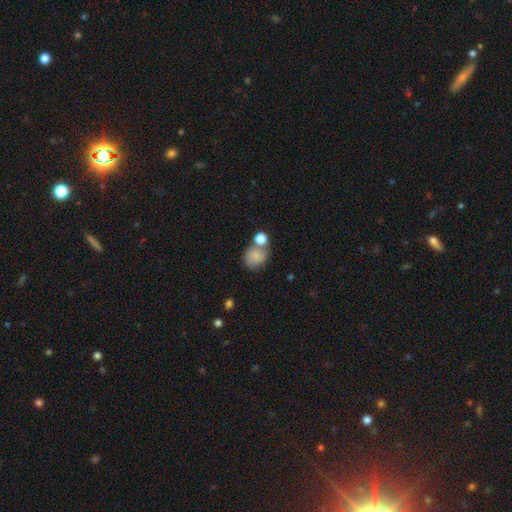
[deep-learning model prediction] smooth_or_featured: smooth (p=0.76) [alt: featured or disk p=0.14]
how_rounded: round (p=0.61) [alt: in between p=0.37]
merging: none (p=0.46) [alt: merger p=0.29]